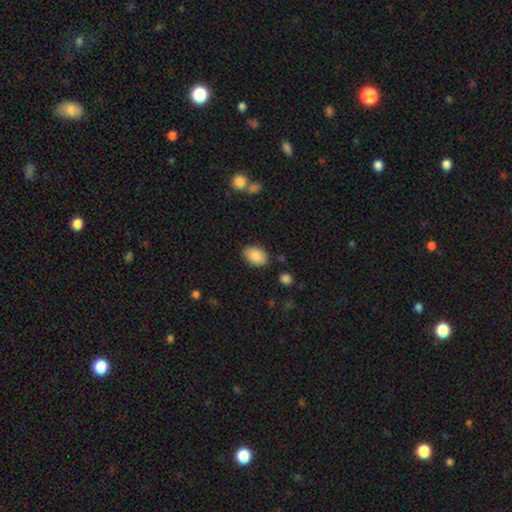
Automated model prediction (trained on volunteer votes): A smooth galaxy with no disk features (88%) that is in between round and cigar-shaped (87%).

Vote fractions:
- Smooth or featured? smooth: 88% / star or artifact: 7% / featured or disk: 5%
- How rounded? in between: 87% / round: 12% / cigar-shaped: 1%
- Merging? none: 85% / minor disturbance: 11% / major disturbance: 3% / merger: 2%